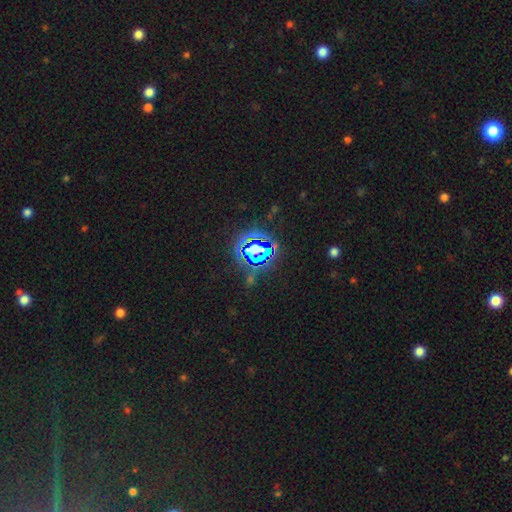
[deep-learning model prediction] This appears to be a star or artifact, not a galaxy (76%).